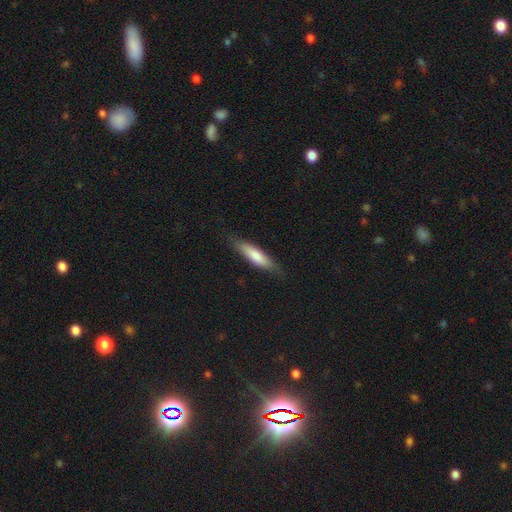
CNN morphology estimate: Smooth or featured: smooth — 71% (featured or disk — 23%)
How rounded: cigar-shaped — 73% (in between — 25%)
Merging: none — 79% (minor disturbance — 17%)